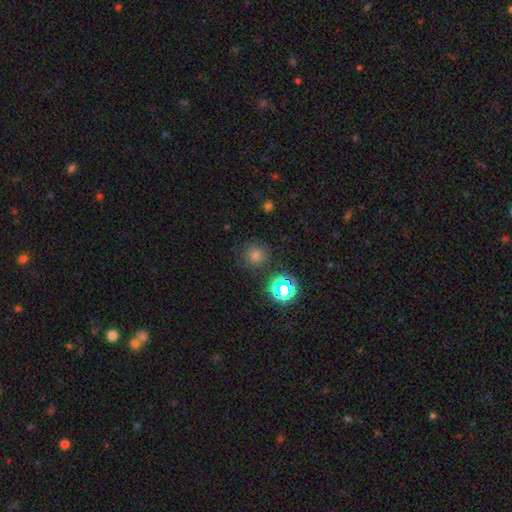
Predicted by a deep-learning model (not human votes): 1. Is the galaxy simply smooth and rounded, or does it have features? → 69% smooth, 24% star or artifact, 6% featured or disk.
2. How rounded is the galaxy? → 93% round, 6% in between, 1% cigar-shaped.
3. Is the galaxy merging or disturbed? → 85% none, 9% minor disturbance, 3% major disturbance, 3% merger.